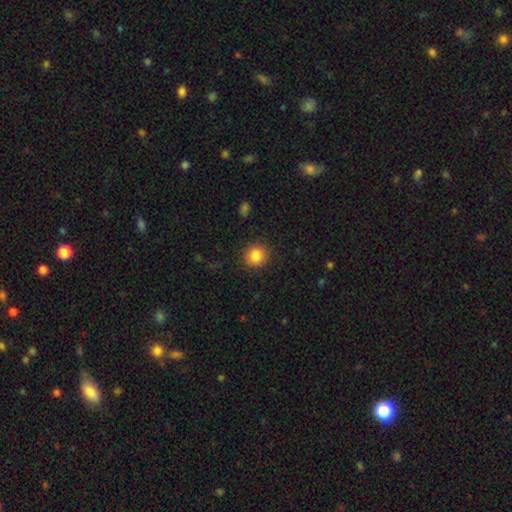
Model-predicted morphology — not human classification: Smooth or featured?
  - smooth: 85% *
  - star or artifact: 10%
  - featured or disk: 5%
How rounded?
  - round: 88% *
  - in between: 11%
  - cigar-shaped: 1%
Merging?
  - none: 90% *
  - minor disturbance: 7%
  - major disturbance: 2%
  - merger: 1%